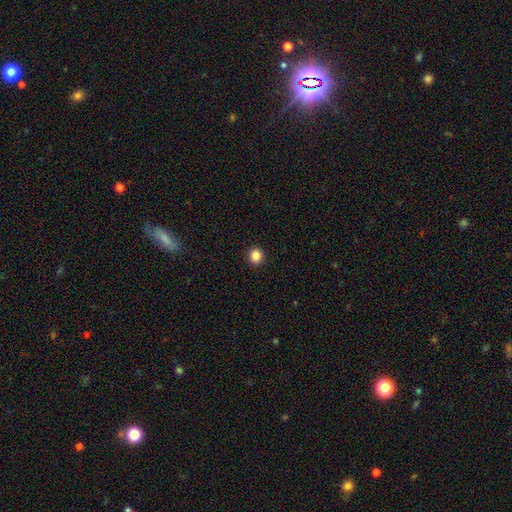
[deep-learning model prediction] smooth 85%, star or artifact 11%, featured or disk 4%. Down the decision tree: how rounded — round (89%); merging — none (93%).